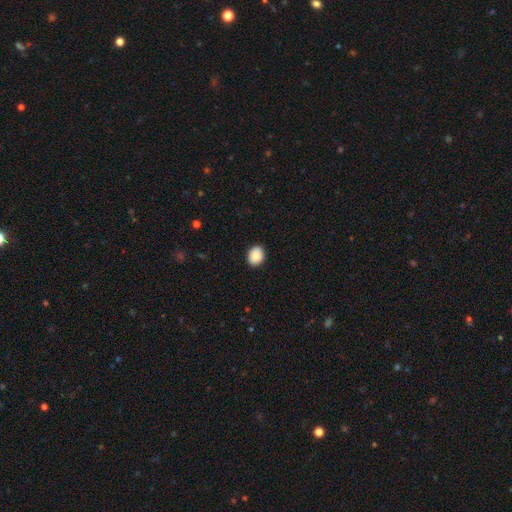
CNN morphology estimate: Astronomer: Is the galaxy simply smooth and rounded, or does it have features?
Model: smooth — 88%.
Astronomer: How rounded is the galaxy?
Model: in between — 54% (runner-up: round, 45%).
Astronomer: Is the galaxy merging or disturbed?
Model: none — 90%.